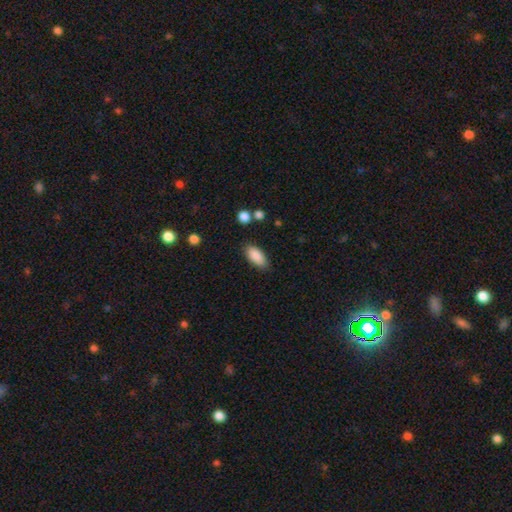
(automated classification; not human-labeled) A smooth galaxy with no disk features (88%) that is in between round and cigar-shaped (90%). Merging: none (83%).